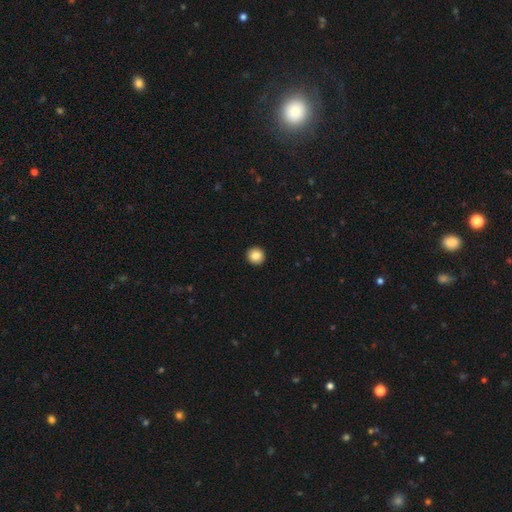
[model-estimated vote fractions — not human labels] A smooth galaxy with no disk features (86%) that is round (95%). Merging: none (94%).